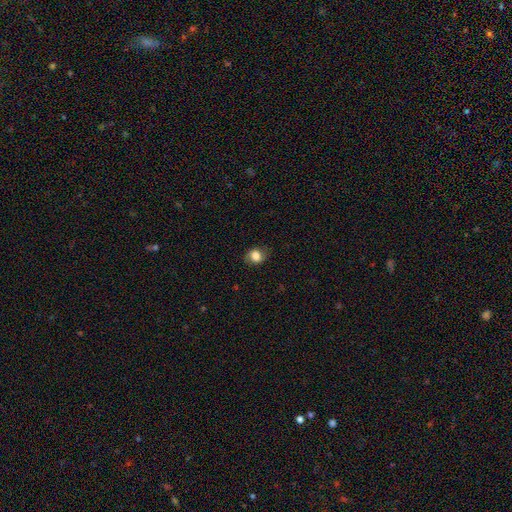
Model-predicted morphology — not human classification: Smooth or featured?
  - smooth: 77% *
  - featured or disk: 13%
  - star or artifact: 10%
How rounded?
  - round: 54% *
  - in between: 45%
  - cigar-shaped: 1%
Merging?
  - none: 77% *
  - minor disturbance: 17%
  - major disturbance: 5%
  - merger: 1%